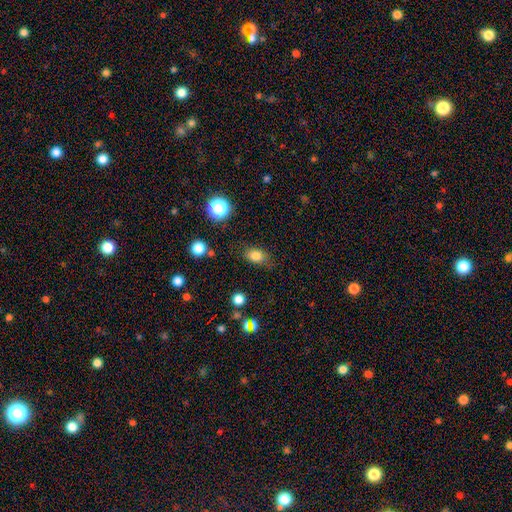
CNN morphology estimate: Q: Smooth or featured?
A: smooth (81%); runner-up: star or artifact (12%)
Q: How rounded?
A: in between (75%); runner-up: round (22%)
Q: Merging?
A: none (77%); runner-up: minor disturbance (16%)